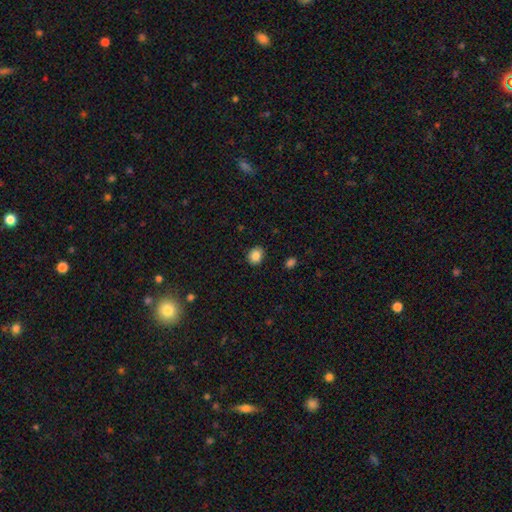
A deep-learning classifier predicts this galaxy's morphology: Smooth or featured? smooth (86%)
How rounded? round (63%)
Merging? none (87%)